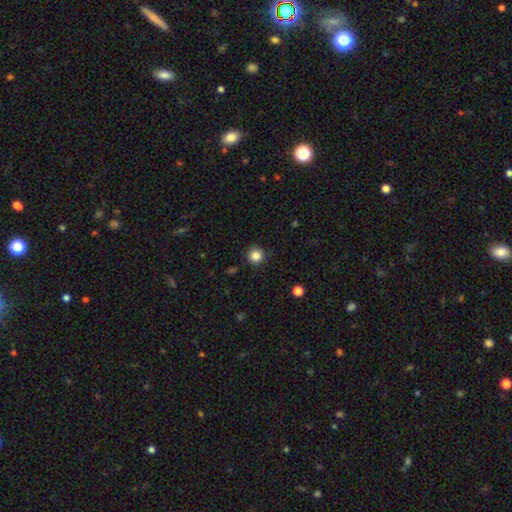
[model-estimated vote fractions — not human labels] The model was most divided on "smooth or featured": smooth: 85%, star or artifact: 11%, featured or disk: 4%. More confident: how rounded — round (94%); merging — none (88%).